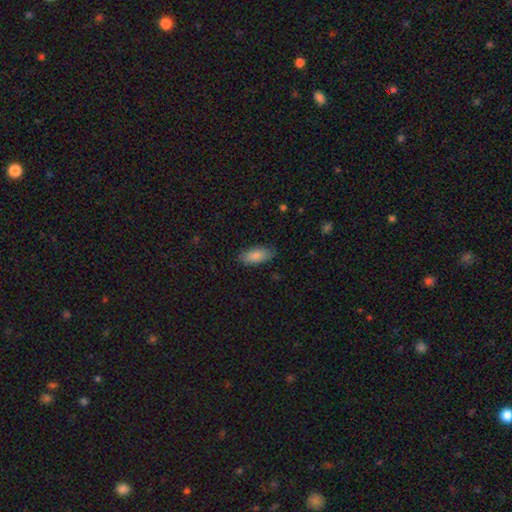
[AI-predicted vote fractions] Smooth or featured? Predicted: smooth (p=0.85). How rounded? Predicted: in between (p=0.84). Merging? Predicted: none (p=0.84).